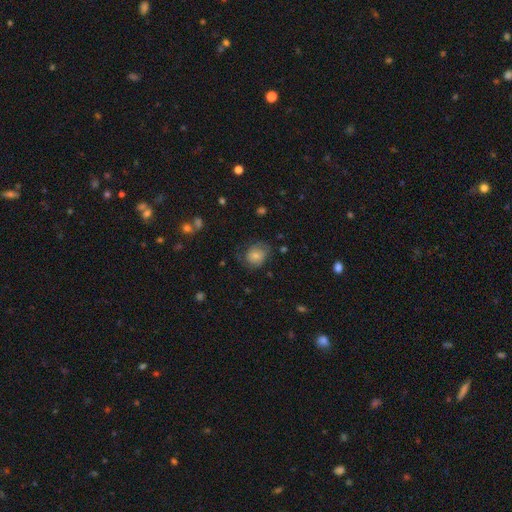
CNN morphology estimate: type=smooth (68%); roundness=round (62%); merging=none (59%).